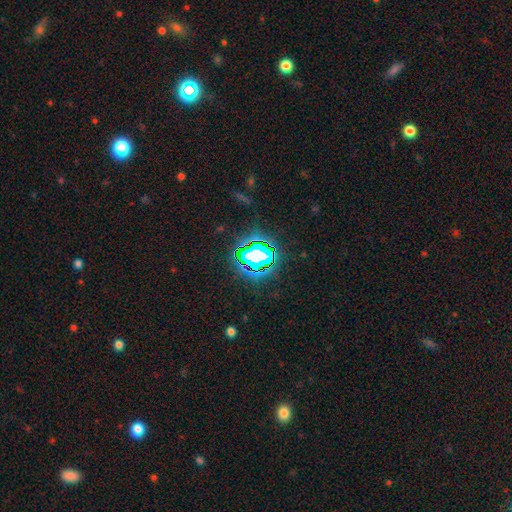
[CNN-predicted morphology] The model was most divided on "smooth or featured": star or artifact: 69%, smooth: 18%, featured or disk: 13%.